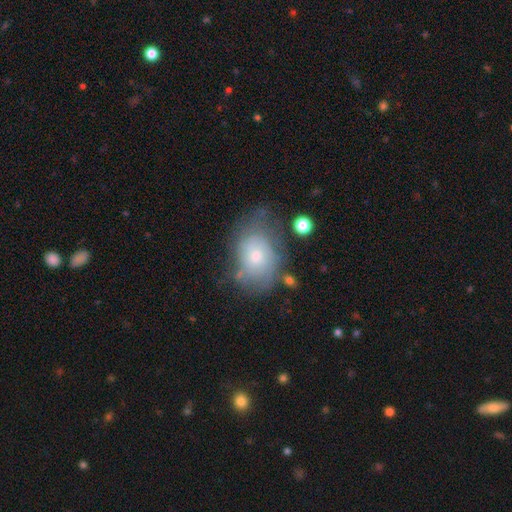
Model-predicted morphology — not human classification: Q: Smooth or featured?
A: featured or disk (46%); runner-up: smooth (45%)
Q: Merging?
A: none (48%); runner-up: minor disturbance (30%)